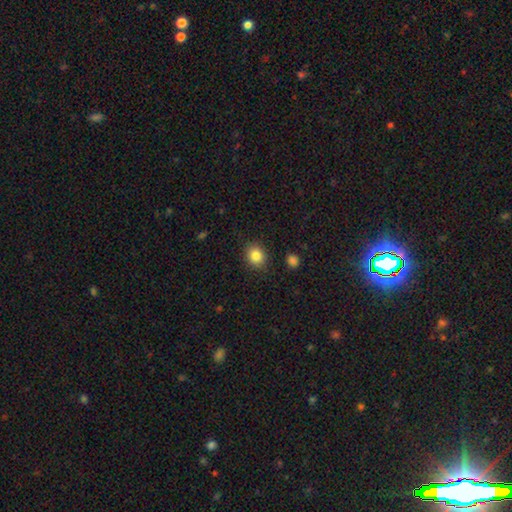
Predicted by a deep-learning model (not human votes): Smooth or featured?
  - smooth: 85% *
  - star or artifact: 10%
  - featured or disk: 5%
How rounded?
  - round: 69% *
  - in between: 30%
  - cigar-shaped: 1%
Merging?
  - none: 88% *
  - minor disturbance: 8%
  - major disturbance: 2%
  - merger: 1%